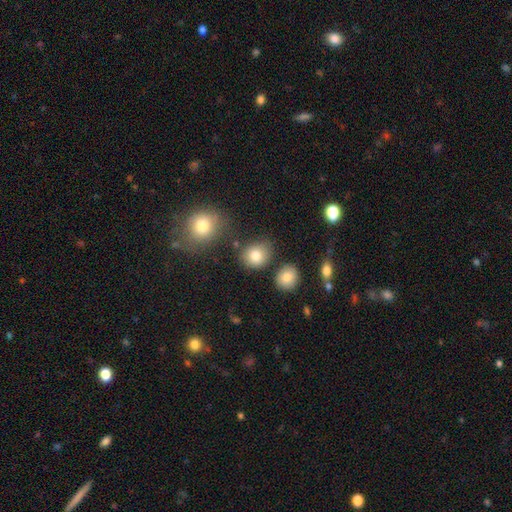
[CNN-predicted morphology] The model was most divided on "how rounded": round: 62%, in between: 37%, cigar-shaped: 1%. More confident: smooth or featured — smooth (81%); merging — none (71%).